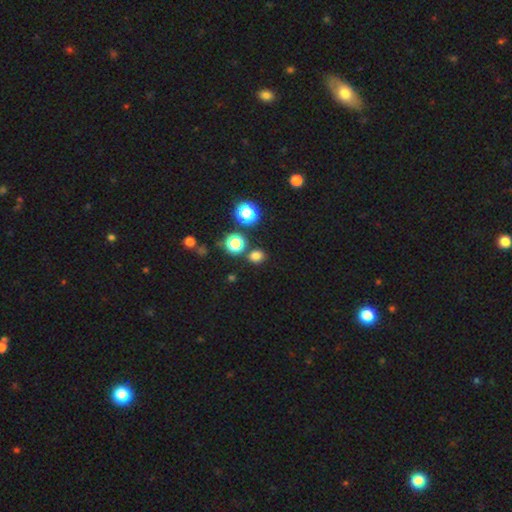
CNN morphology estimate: Q: Smooth or featured?
A: smooth (74%); runner-up: star or artifact (22%)
Q: How rounded?
A: round (72%); runner-up: in between (27%)
Q: Merging?
A: none (82%); runner-up: minor disturbance (9%)